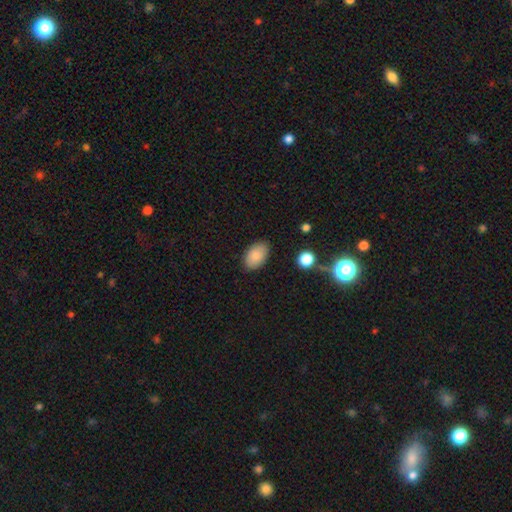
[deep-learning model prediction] A smooth galaxy with no disk features (85%) that is in between round and cigar-shaped (91%).

Vote fractions:
- Smooth or featured? smooth: 85% / star or artifact: 8% / featured or disk: 7%
- How rounded? in between: 91% / round: 8% / cigar-shaped: 1%
- Merging? none: 83% / minor disturbance: 12% / major disturbance: 3% / merger: 1%